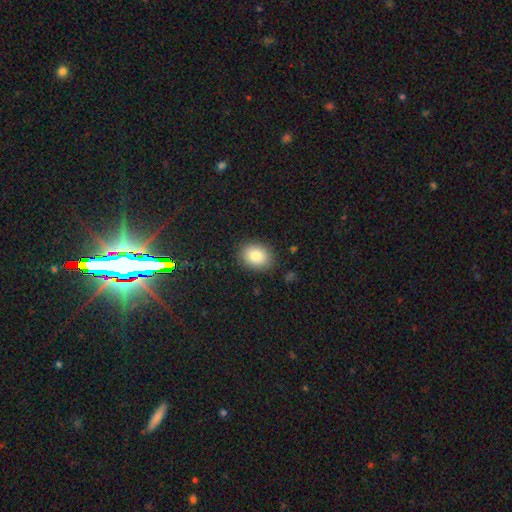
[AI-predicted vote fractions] smooth_or_featured: smooth (p=0.83) [alt: star or artifact p=0.09]
how_rounded: in between (p=0.53) [alt: round p=0.46]
merging: none (p=0.87) [alt: minor disturbance p=0.09]